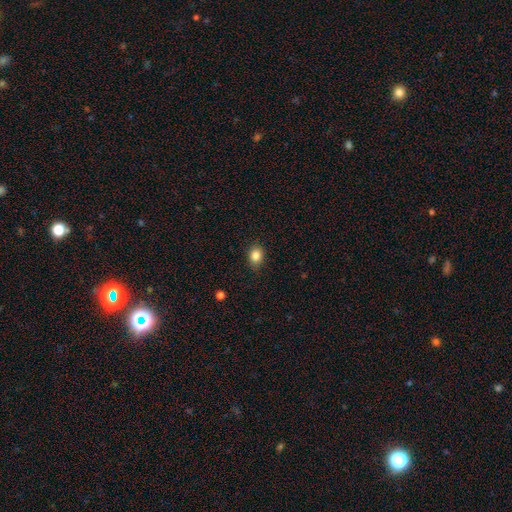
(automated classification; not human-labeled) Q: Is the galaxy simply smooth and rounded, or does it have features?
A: smooth — 85%.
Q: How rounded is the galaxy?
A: in between — 55%.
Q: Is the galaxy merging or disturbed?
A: none — 85%.